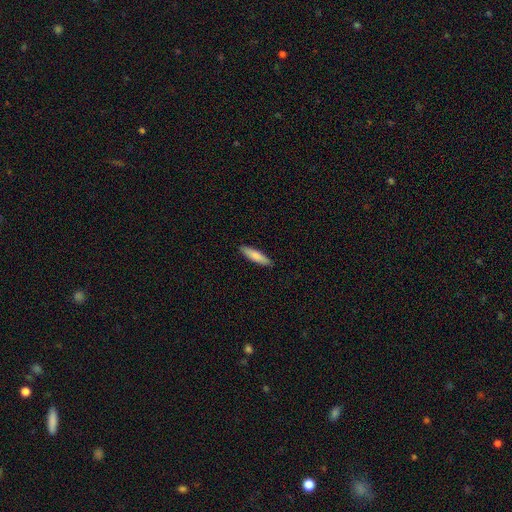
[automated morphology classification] Smooth or featured?
  - smooth: 82% *
  - featured or disk: 13%
  - star or artifact: 5%
How rounded?
  - cigar-shaped: 75% *
  - in between: 23%
  - round: 1%
Merging?
  - none: 90% *
  - minor disturbance: 7%
  - major disturbance: 1%
  - merger: 1%